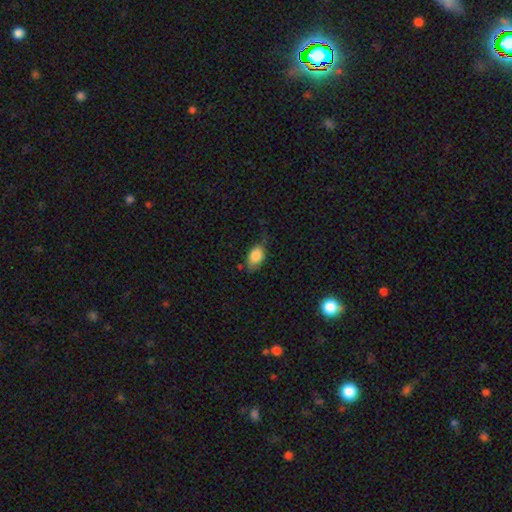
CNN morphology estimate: This is clearly a smooth galaxy (81%). How rounded: clearly in between (87%). Merging: possibly none (59%).